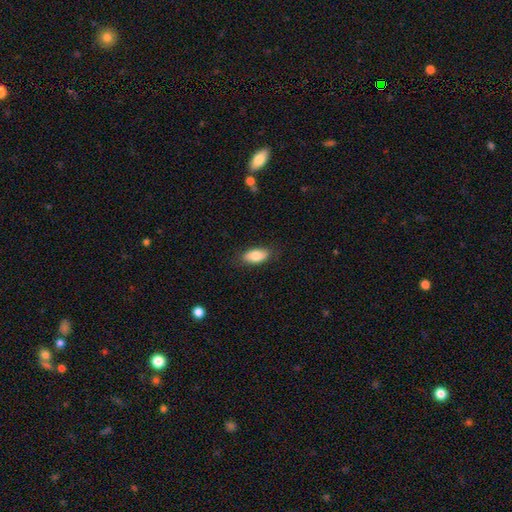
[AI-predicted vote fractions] Morphology: type=smooth (82%); roundness=in between (90%); merging=none (85%).